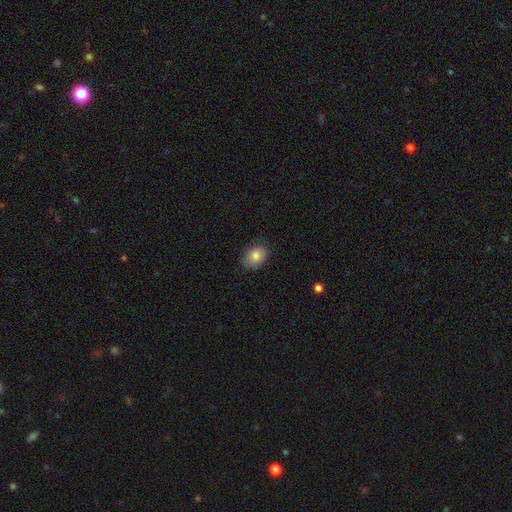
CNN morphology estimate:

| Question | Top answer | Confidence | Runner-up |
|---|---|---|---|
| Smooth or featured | smooth | 82% | featured or disk (10%) |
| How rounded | in between | 68% | round (31%) |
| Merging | none | 82% | minor disturbance (15%) |